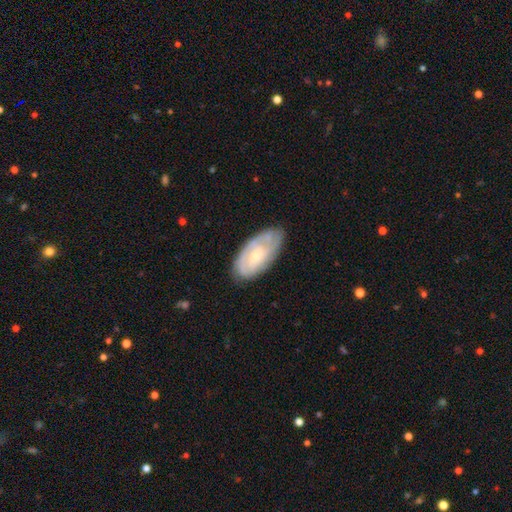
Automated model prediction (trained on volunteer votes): This appears to be a featured or disk galaxy (66%) with no bar (67%), tight (64%) spiral arms (85%) and a small central bulge (63%). Merging: none (73%).